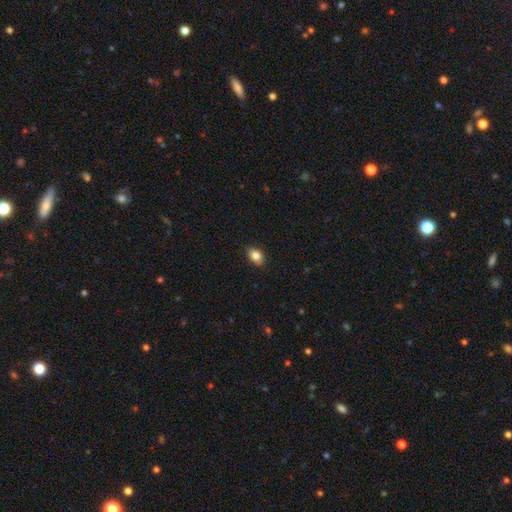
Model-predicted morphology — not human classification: The model was most divided on "how rounded": in between: 77%, round: 22%, cigar-shaped: 1%. More confident: merging — none (85%); smooth or featured — smooth (85%).